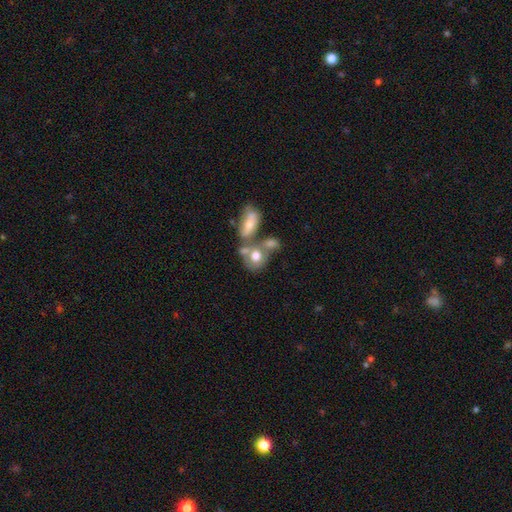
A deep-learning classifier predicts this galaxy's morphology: A smooth galaxy with no disk features (64%) that is in between round and cigar-shaped (53%).

Vote fractions:
- Smooth or featured? smooth: 64% / featured or disk: 27% / star or artifact: 9%
- How rounded? in between: 53% / round: 45% / cigar-shaped: 2%
- Merging? merger: 52% / none: 29% / minor disturbance: 12% / major disturbance: 7%